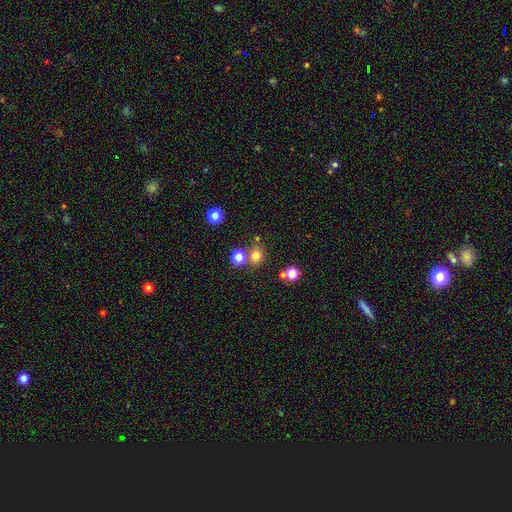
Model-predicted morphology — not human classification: Smooth or featured: smooth — 75% (star or artifact — 18%)
How rounded: round — 80% (in between — 19%)
Merging: none — 72% (merger — 16%)